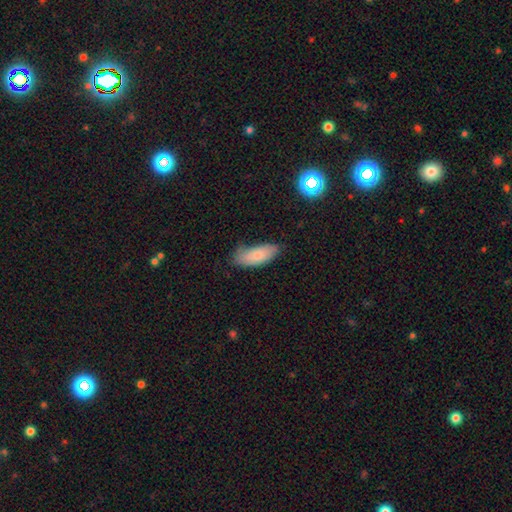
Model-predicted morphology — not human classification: A smooth galaxy with no disk features (81%) that is in between round and cigar-shaped (81%). Merging: none (60%).